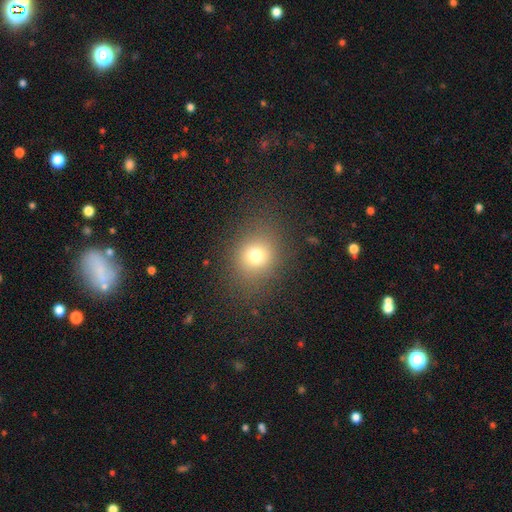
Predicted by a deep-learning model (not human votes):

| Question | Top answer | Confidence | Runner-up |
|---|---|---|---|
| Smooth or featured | smooth | 74% | star or artifact (16%) |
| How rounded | round | 68% | in between (31%) |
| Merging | none | 83% | minor disturbance (10%) |